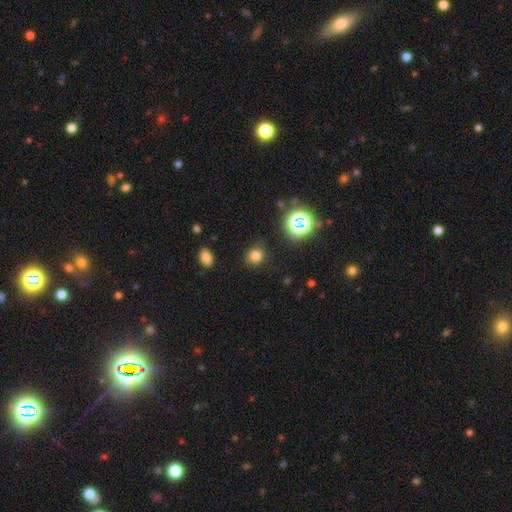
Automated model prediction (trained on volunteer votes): smooth 75%, star or artifact 19%, featured or disk 6%. Down the decision tree: how rounded — round (82%); merging — none (83%).